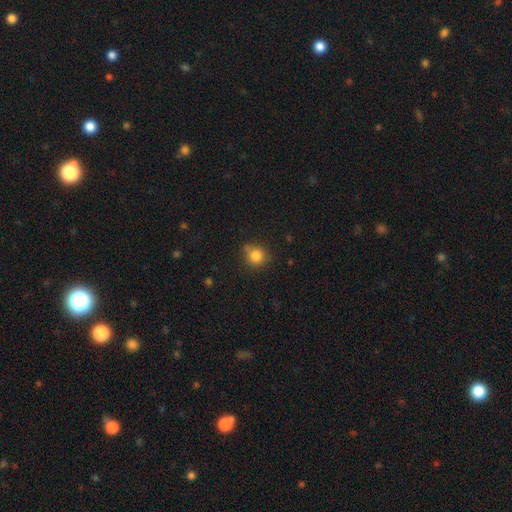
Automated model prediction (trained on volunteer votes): The model was most divided on "merging": none: 72%, minor disturbance: 18%, merger: 6%, major disturbance: 4%. More confident: how rounded — round (88%); smooth or featured — smooth (83%).